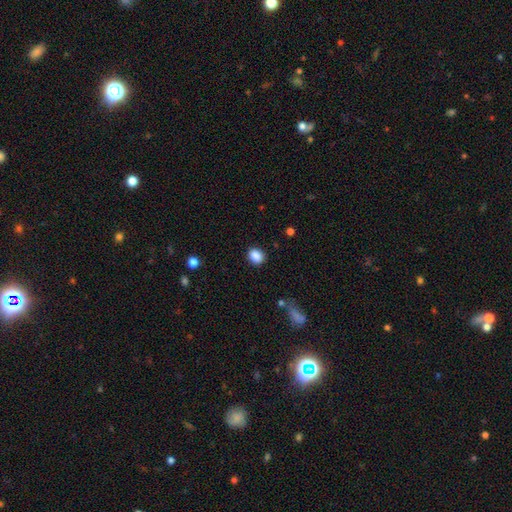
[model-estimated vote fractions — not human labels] Overall: smooth (88%). How rounded: round (53%; in between 46%). Merging: none (87%).